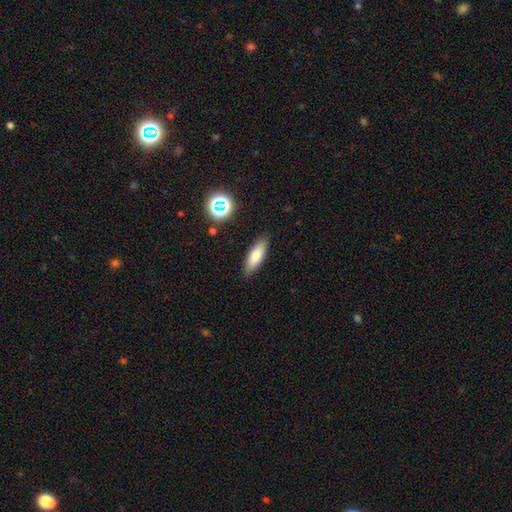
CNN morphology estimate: The model was most divided on "how rounded": in between: 54%, cigar-shaped: 43%, round: 2%. More confident: merging — none (88%); smooth or featured — smooth (74%).